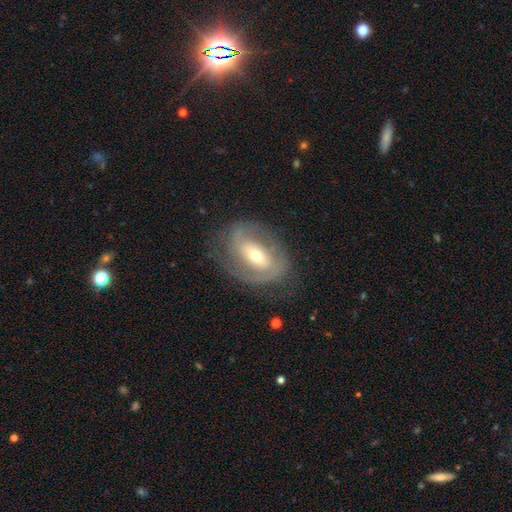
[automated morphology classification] smooth-or-featured: featured or disk: 79% | smooth: 14% | star or artifact: 7%
  disk-edge-on: no: 95% | yes: 5%
    bar: weak: 38% | strong: 37% | no: 25%
    has-spiral-arms: yes: 84% | no: 16%
      spiral-winding: tight: 48% | medium: 38% | loose: 14%
      spiral-arm-count: 2: 66% | can't tell: 18% | 1: 6% | 3: 6% | 4: 2% | more than 4: 2%
    bulge-size: moderate: 57% | small: 36% | large: 4% | none: 1% | dominant: 1%
  merging: none: 72% | minor disturbance: 17% | major disturbance: 10% | merger: 1%